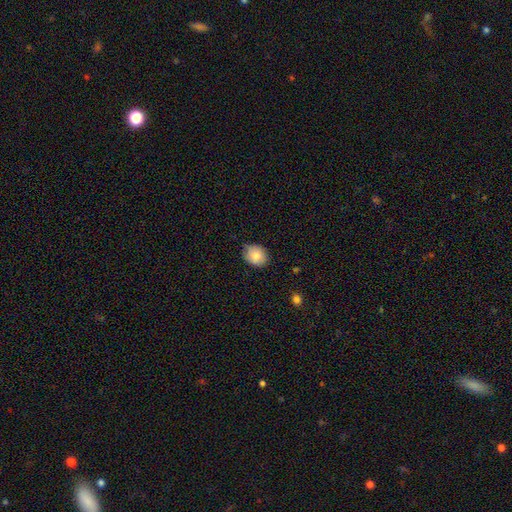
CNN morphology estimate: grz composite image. It shows a smooth galaxy with no disk features (83%) that is round (52%). Merging: none (73%).